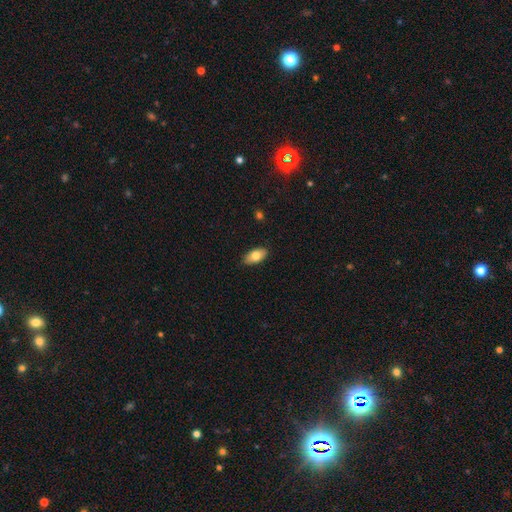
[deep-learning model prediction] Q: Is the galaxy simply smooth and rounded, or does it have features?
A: smooth — 79%.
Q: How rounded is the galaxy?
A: in between — 92%.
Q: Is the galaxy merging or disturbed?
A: none — 87%.